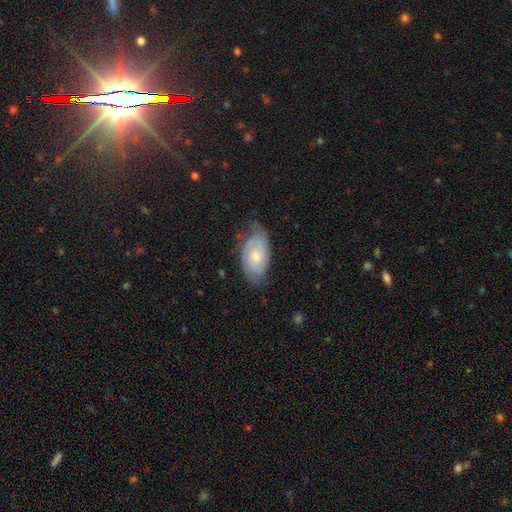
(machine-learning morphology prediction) Smooth or featured?
  - featured or disk: 69% *
  - smooth: 24%
  - star or artifact: 7%
Edge-on disk?
  - no: 96% *
  - yes: 4%
Bar?
  - no: 72% *
  - weak: 25%
  - strong: 3%
Spiral arms?
  - yes: 92% *
  - no: 8%
Spiral winding?
  - tight: 61% *
  - medium: 30%
  - loose: 8%
Spiral arm count?
  - 2: 61% *
  - can't tell: 24%
  - 3: 7%
  - 1: 4%
  - 4: 2%
  - more than 4: 2%
Bulge size?
  - small: 55% *
  - moderate: 37%
  - none: 4%
  - large: 2%
  - dominant: 1%
Merging?
  - none: 64% *
  - minor disturbance: 27%
  - major disturbance: 8%
  - merger: 1%